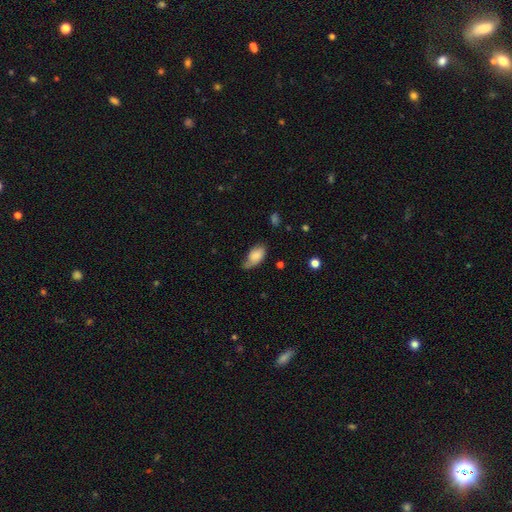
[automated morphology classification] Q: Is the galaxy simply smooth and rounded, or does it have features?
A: smooth — 66%.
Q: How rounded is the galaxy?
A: in between — 91%.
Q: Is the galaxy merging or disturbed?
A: none — 48%.